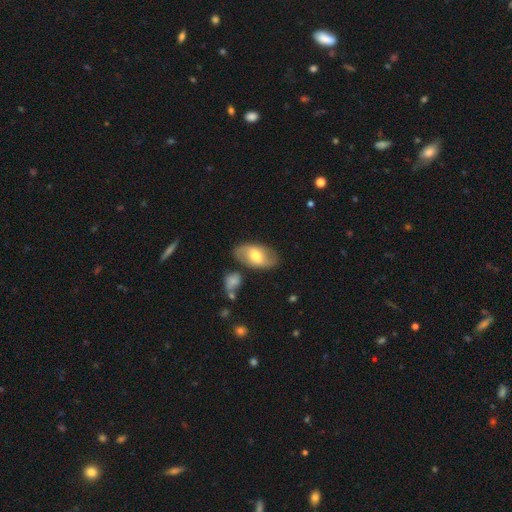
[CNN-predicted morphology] The model was most divided on "smooth or featured": smooth: 48%, featured or disk: 46%, star or artifact: 6%. More confident: merging — none (76%).